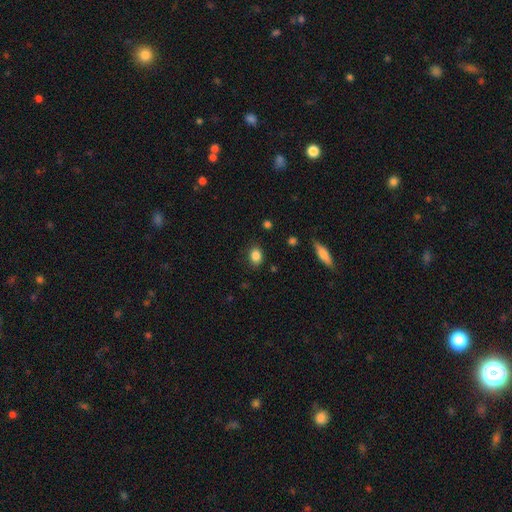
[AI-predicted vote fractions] Morphology: type=smooth (85%); roundness=in between (65%); merging=none (84%).